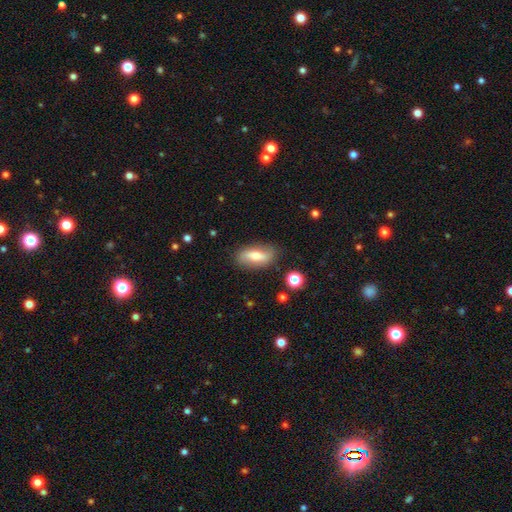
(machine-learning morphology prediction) This is possibly a smooth galaxy (51%). How rounded: likely in between (79%). Merging: clearly none (82%).